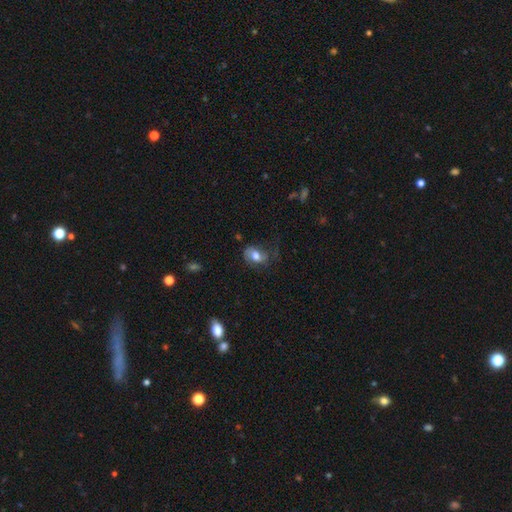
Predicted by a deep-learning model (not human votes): Smooth or featured? smooth (59%)
How rounded? in between (75%)
Merging? none (46%)